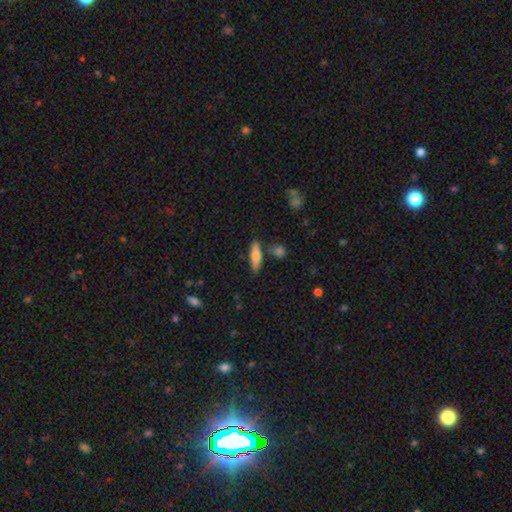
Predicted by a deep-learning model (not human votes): Morphology: type=smooth (64%); roundness=cigar-shaped (65%); merging=none (76%).